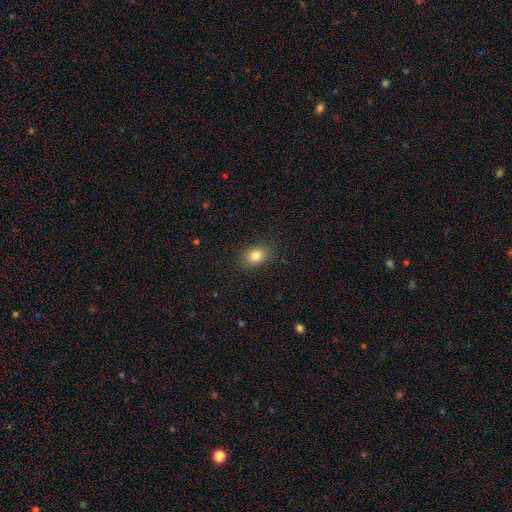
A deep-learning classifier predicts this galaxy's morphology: A smooth galaxy with no disk features (83%) that is in between round and cigar-shaped (69%).

Vote fractions:
- Smooth or featured? smooth: 83% / star or artifact: 10% / featured or disk: 7%
- How rounded? in between: 69% / round: 30% / cigar-shaped: 1%
- Merging? none: 88% / minor disturbance: 9% / major disturbance: 2% / merger: 1%